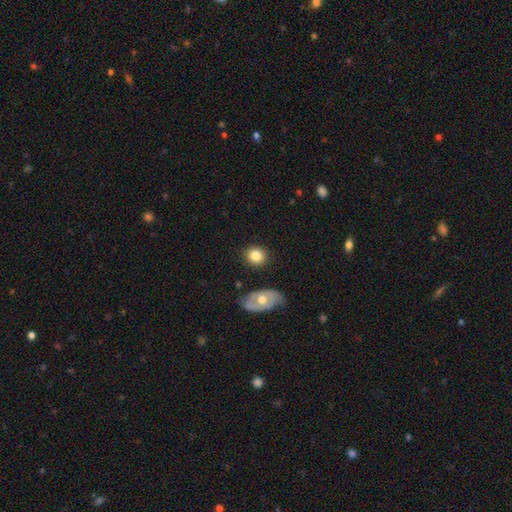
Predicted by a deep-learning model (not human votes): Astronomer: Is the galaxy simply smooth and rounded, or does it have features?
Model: smooth — 80%.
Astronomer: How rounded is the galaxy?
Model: round — 74%.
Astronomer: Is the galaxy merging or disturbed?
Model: none — 84%.